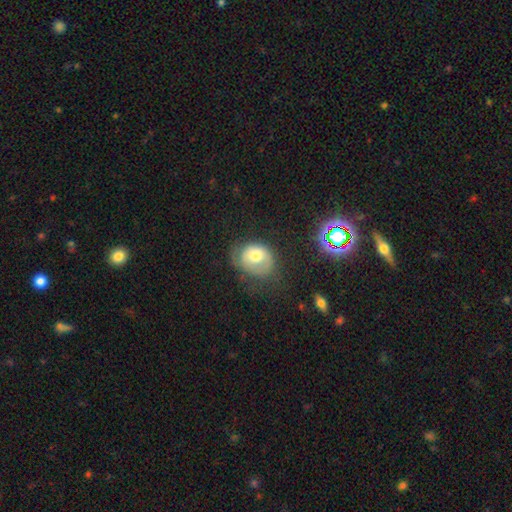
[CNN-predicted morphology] A smooth galaxy with no disk features (58%) that is round (50%).

Vote fractions:
- Smooth or featured? smooth: 58% / featured or disk: 33% / star or artifact: 10%
- How rounded? round: 50% / in between: 49% / cigar-shaped: 1%
- Merging? none: 43% / minor disturbance: 30% / major disturbance: 25% / merger: 2%